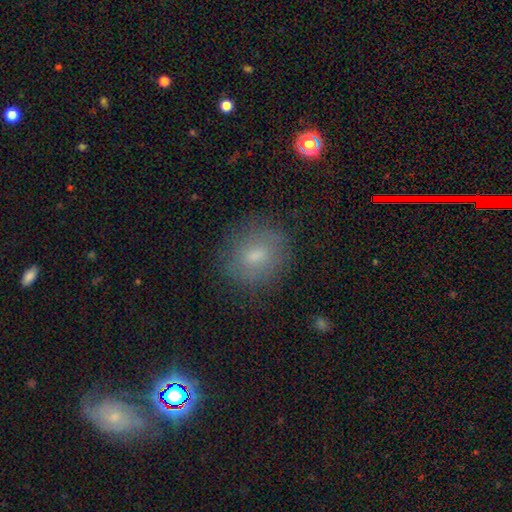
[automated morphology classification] The model was most divided on "how rounded": round: 65%, in between: 34%, cigar-shaped: 2%. More confident: merging — none (79%); smooth or featured — smooth (68%).